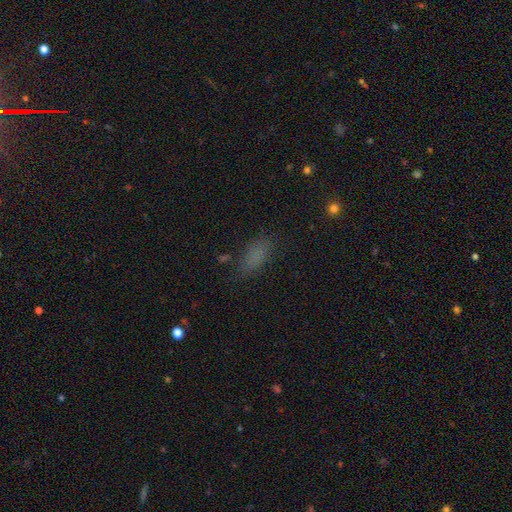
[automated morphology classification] A smooth galaxy with no disk features (76%) that is in between round and cigar-shaped (79%).

Vote fractions:
- Smooth or featured? smooth: 76% / star or artifact: 16% / featured or disk: 8%
- How rounded? in between: 79% / cigar-shaped: 17% / round: 4%
- Merging? none: 73% / minor disturbance: 17% / major disturbance: 7% / merger: 3%